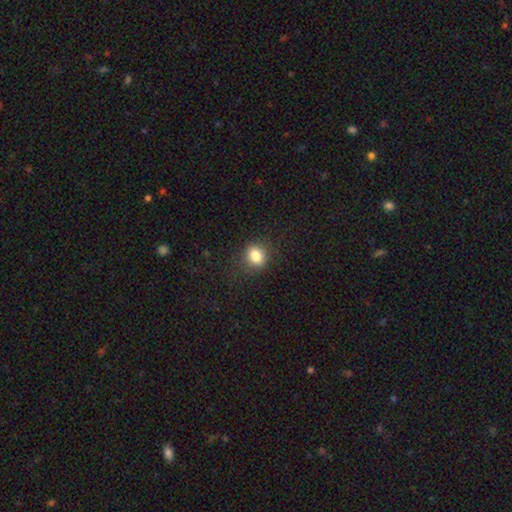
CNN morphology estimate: smooth_or_featured: smooth (p=0.83) [alt: star or artifact p=0.12]
how_rounded: round (p=0.69) [alt: in between p=0.30]
merging: none (p=0.85) [alt: minor disturbance p=0.10]